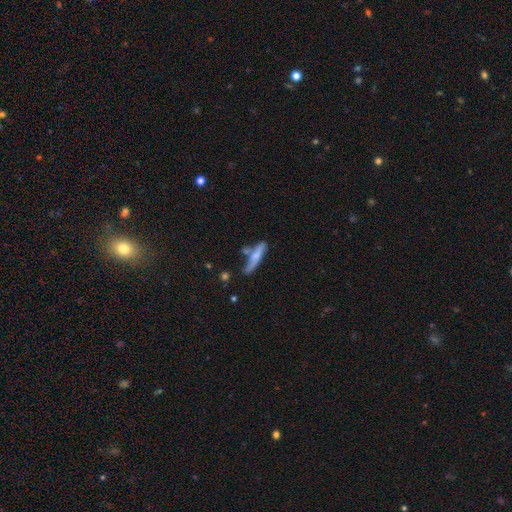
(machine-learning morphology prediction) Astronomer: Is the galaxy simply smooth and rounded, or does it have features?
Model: smooth — 60%.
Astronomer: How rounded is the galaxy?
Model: cigar-shaped — 83%.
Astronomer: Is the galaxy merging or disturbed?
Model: none — 49%.